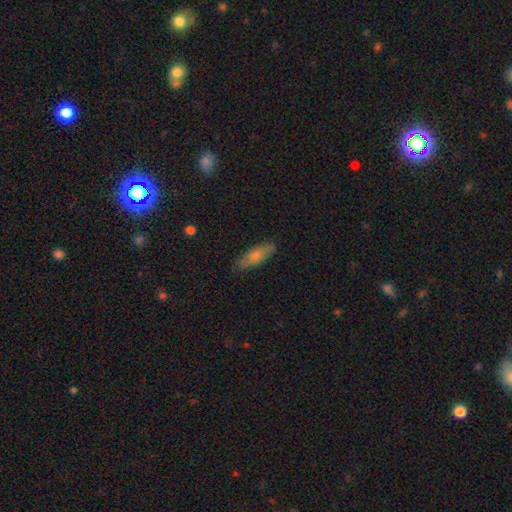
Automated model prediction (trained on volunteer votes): Smooth or featured?
  - smooth: 74% *
  - featured or disk: 20%
  - star or artifact: 6%
How rounded?
  - in between: 59% *
  - cigar-shaped: 40%
  - round: 2%
Merging?
  - none: 82% *
  - minor disturbance: 14%
  - major disturbance: 2%
  - merger: 1%